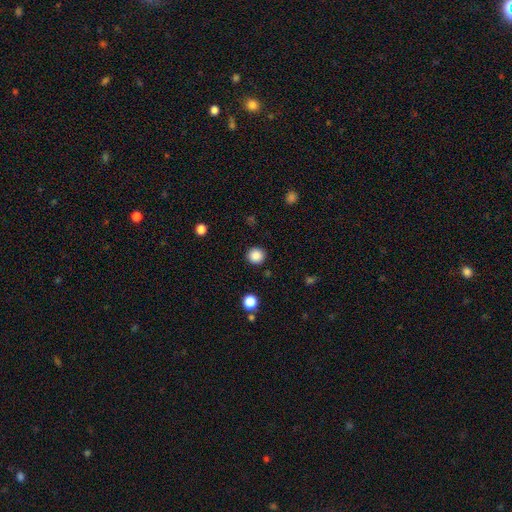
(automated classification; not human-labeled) The model was most divided on "smooth or featured": smooth: 86%, star or artifact: 11%, featured or disk: 3%. More confident: how rounded — round (93%); merging — none (90%).